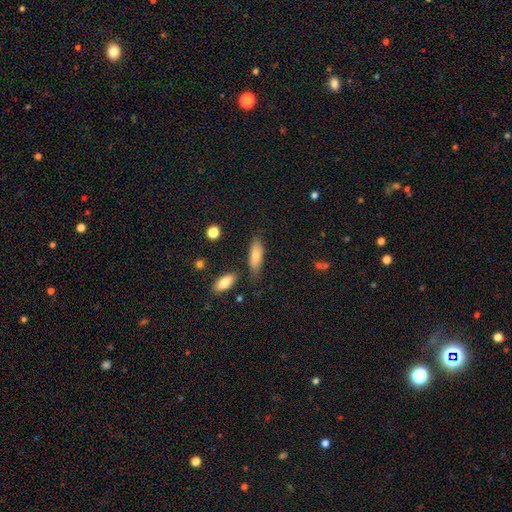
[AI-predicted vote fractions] This appears to be a smooth galaxy with no disk features (77%) that is in between round and cigar-shaped (62%). Merging: none (69%).